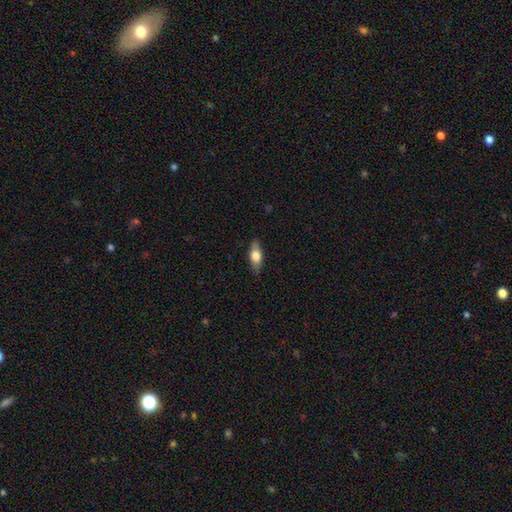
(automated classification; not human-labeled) A smooth galaxy with no disk features (65%) that is in between round and cigar-shaped (76%).

Vote fractions:
- Smooth or featured? smooth: 65% / featured or disk: 29% / star or artifact: 6%
- How rounded? in between: 76% / cigar-shaped: 21% / round: 4%
- Merging? none: 84% / minor disturbance: 12% / major disturbance: 2% / merger: 1%